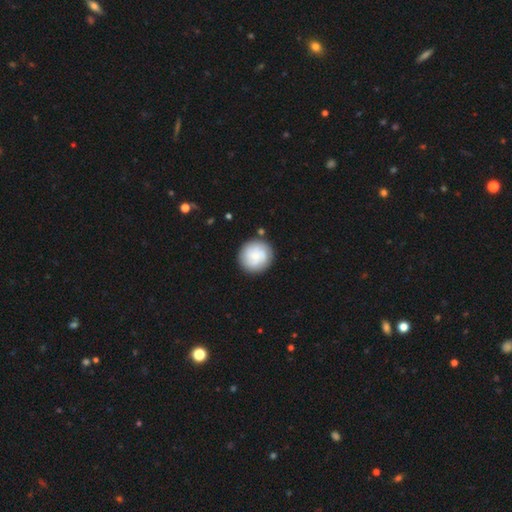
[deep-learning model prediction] Overall: smooth (57%; featured or disk 36%). How rounded: round (93%). Merging: none (84%).